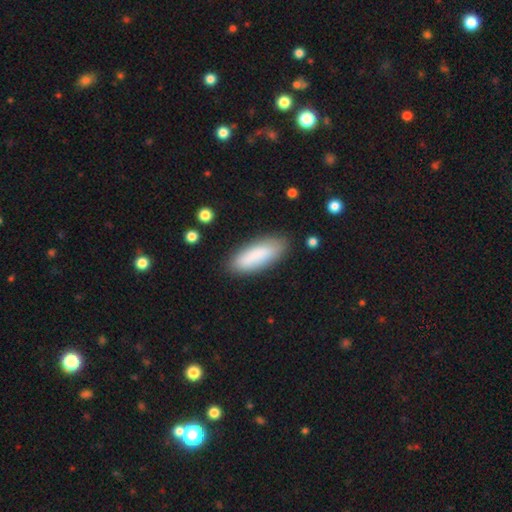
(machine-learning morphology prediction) smooth-or-featured: smooth: 83% | featured or disk: 11% | star or artifact: 6%
  how-rounded: in between: 65% | cigar-shaped: 33% | round: 2%
  merging: none: 83% | minor disturbance: 12% | major disturbance: 3% | merger: 2%